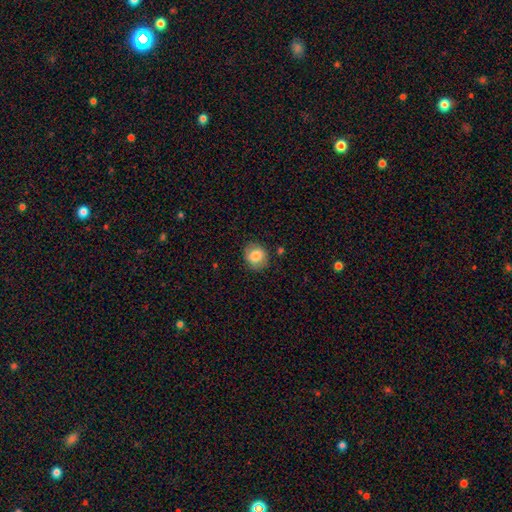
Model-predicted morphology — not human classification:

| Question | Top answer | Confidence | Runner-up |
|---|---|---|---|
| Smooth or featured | smooth | 80% | featured or disk (11%) |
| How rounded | round | 73% | in between (26%) |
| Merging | none | 81% | minor disturbance (14%) |